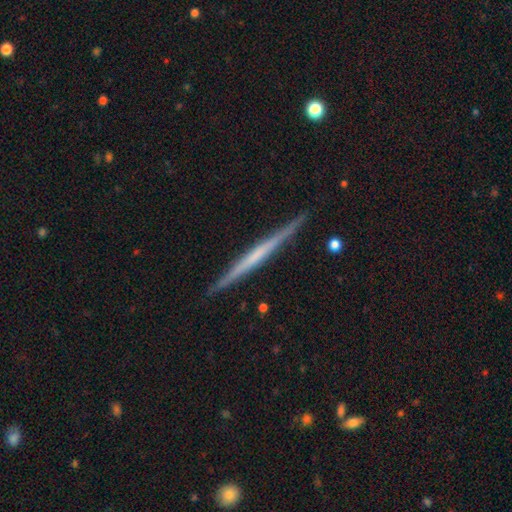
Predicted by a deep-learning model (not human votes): Smooth or featured?
  - featured or disk: 65% *
  - smooth: 29%
  - star or artifact: 6%
Edge-on disk?
  - yes: 98% *
  - no: 2%
Edge-on bulge?
  - none: 82% *
  - rounded: 10%
  - boxy: 7%
Merging?
  - none: 91% *
  - minor disturbance: 6%
  - major disturbance: 1%
  - merger: 1%